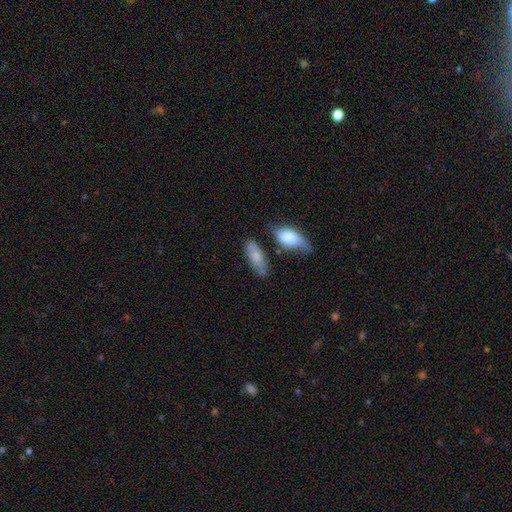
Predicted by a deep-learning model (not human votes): Smooth or featured: smooth — 74% (featured or disk — 20%)
How rounded: in between — 75% (cigar-shaped — 22%)
Merging: none — 62% (minor disturbance — 22%)